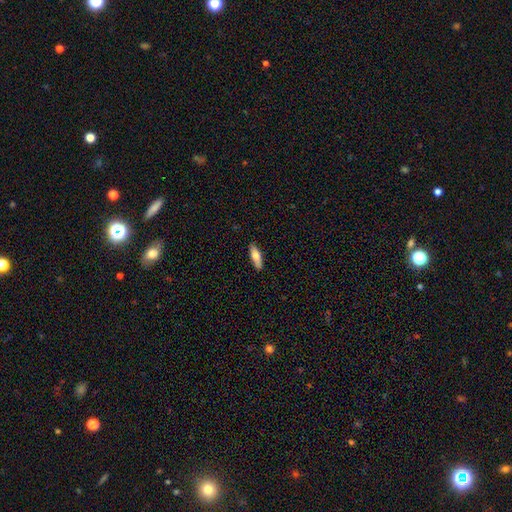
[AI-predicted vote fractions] smooth 70%, featured or disk 24%, star or artifact 6%. Down the decision tree: how rounded — in between (54%); merging — none (86%).